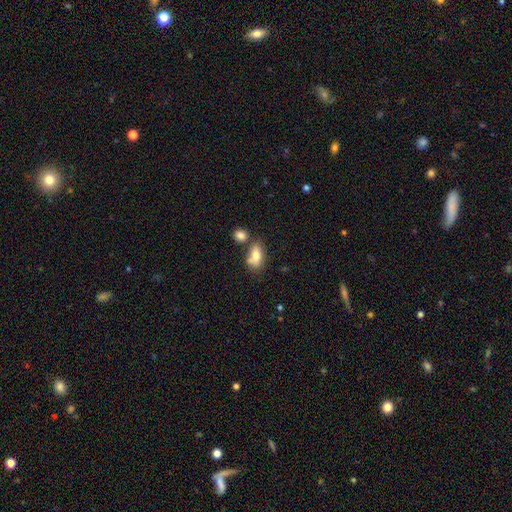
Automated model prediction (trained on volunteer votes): The model was most divided on "merging": none: 45%, merger: 27%, minor disturbance: 20%, major disturbance: 8%. More confident: how rounded — in between (85%); smooth or featured — smooth (74%).